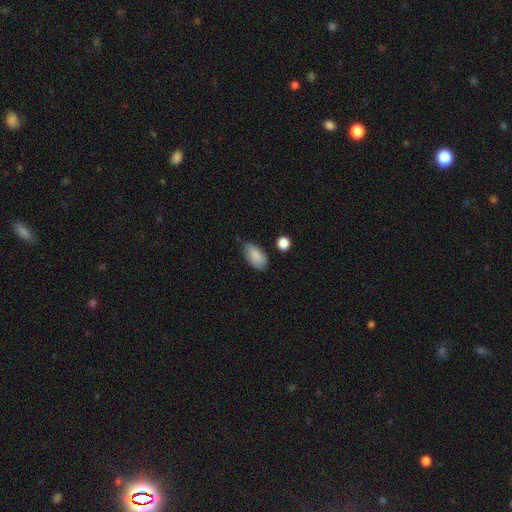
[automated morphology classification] This is clearly a smooth galaxy (84%). How rounded: clearly in between (92%). Merging: likely none (61%).